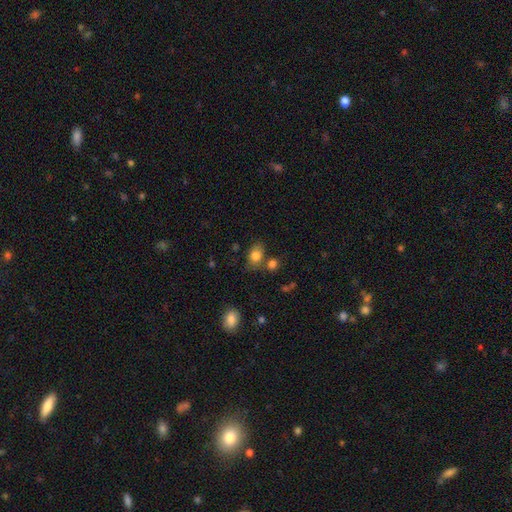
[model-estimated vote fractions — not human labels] Smooth or featured? Predicted: smooth (p=0.82). How rounded? Predicted: in between (p=0.77). Merging? Predicted: none (p=0.64).